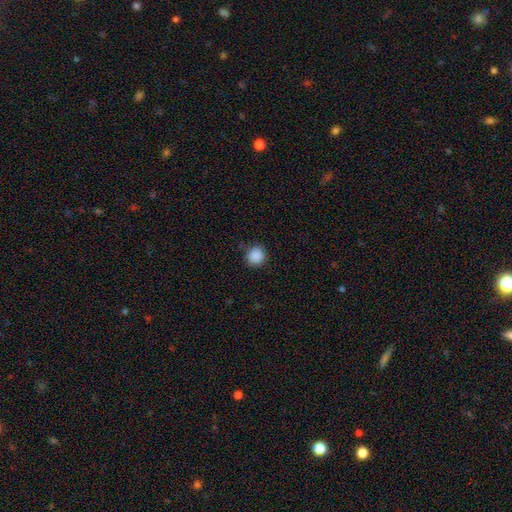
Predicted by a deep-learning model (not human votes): This is clearly a smooth galaxy (89%). How rounded: clearly round (92%). Merging: clearly none (87%).